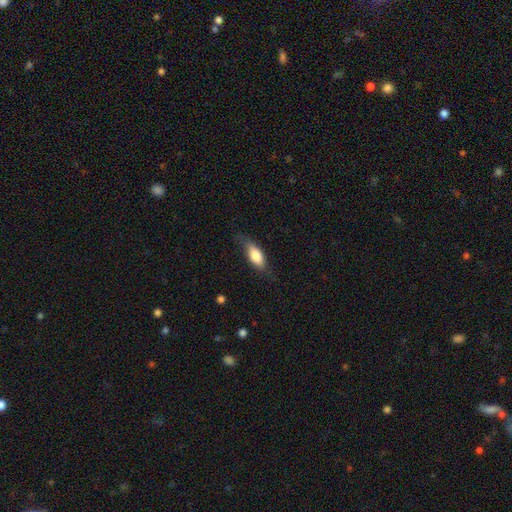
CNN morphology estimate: Smooth or featured? Predicted: smooth (p=0.75). How rounded? Predicted: in between (p=0.77). Merging? Predicted: none (p=0.64).